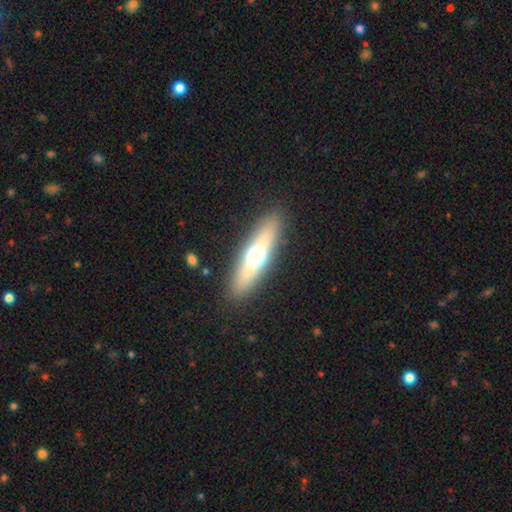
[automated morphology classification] A smooth galaxy with no disk features (47%).

Vote fractions:
- Smooth or featured? smooth: 47% / featured or disk: 43% / star or artifact: 10%
- Merging? none: 88% / minor disturbance: 8% / major disturbance: 3% / merger: 1%